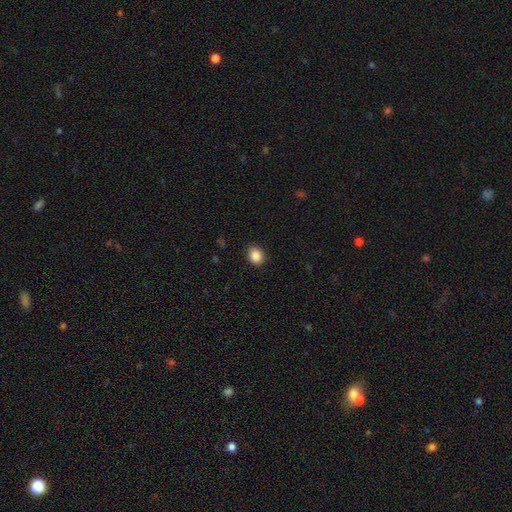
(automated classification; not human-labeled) Smooth or featured?
  - smooth: 88% *
  - star or artifact: 9%
  - featured or disk: 3%
How rounded?
  - round: 55% *
  - in between: 44%
  - cigar-shaped: 1%
Merging?
  - none: 89% *
  - minor disturbance: 8%
  - major disturbance: 2%
  - merger: 1%